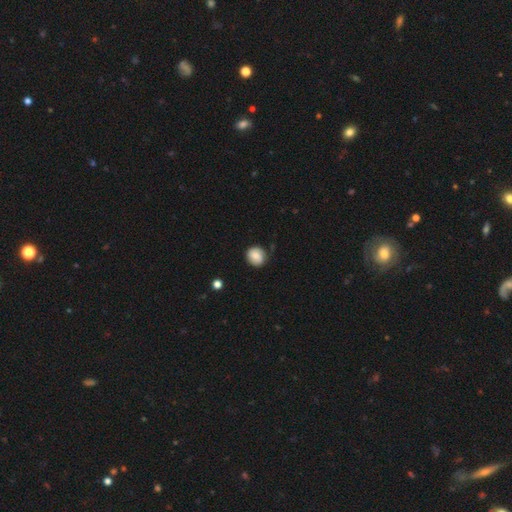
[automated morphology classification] Smooth or featured?
  - smooth: 78% *
  - featured or disk: 13%
  - star or artifact: 8%
How rounded?
  - round: 81% *
  - in between: 18%
  - cigar-shaped: 1%
Merging?
  - none: 80% *
  - minor disturbance: 15%
  - major disturbance: 3%
  - merger: 2%